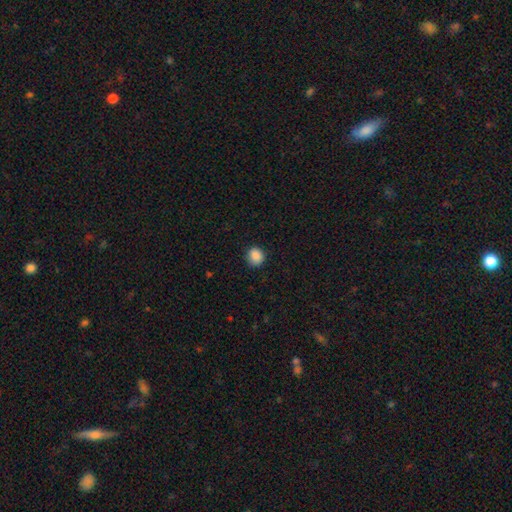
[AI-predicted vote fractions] This is clearly a smooth galaxy (88%). How rounded: clearly round (84%). Merging: clearly none (88%).